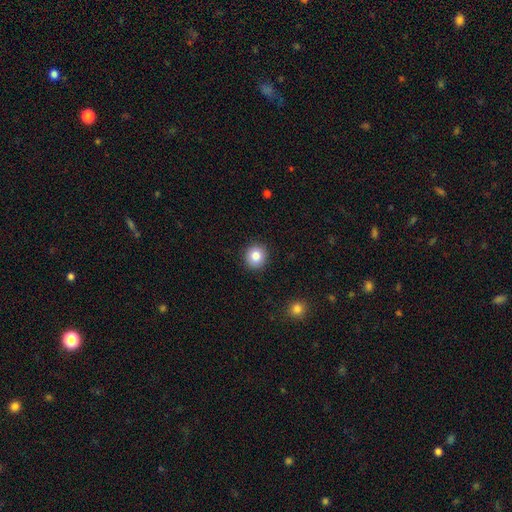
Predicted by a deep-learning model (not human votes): Q: Smooth or featured?
A: smooth (83%); runner-up: star or artifact (10%)
Q: How rounded?
A: round (90%); runner-up: in between (9%)
Q: Merging?
A: none (92%); runner-up: minor disturbance (6%)